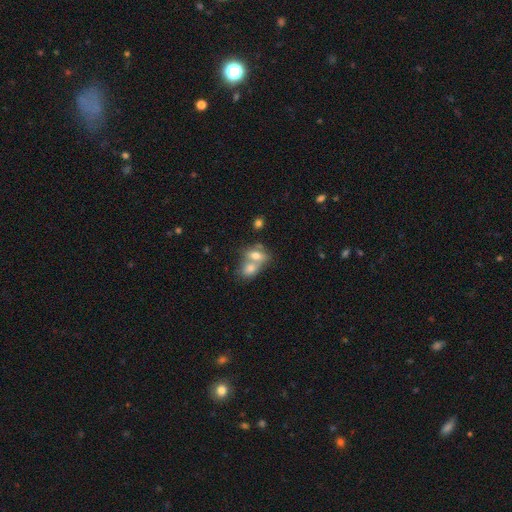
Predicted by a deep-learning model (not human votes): A smooth galaxy with no disk features (70%) that is in between round and cigar-shaped (77%).

Vote fractions:
- Smooth or featured? smooth: 70% / featured or disk: 21% / star or artifact: 9%
- How rounded? in between: 77% / round: 19% / cigar-shaped: 4%
- Merging? merger: 68% / none: 21% / minor disturbance: 7% / major disturbance: 4%